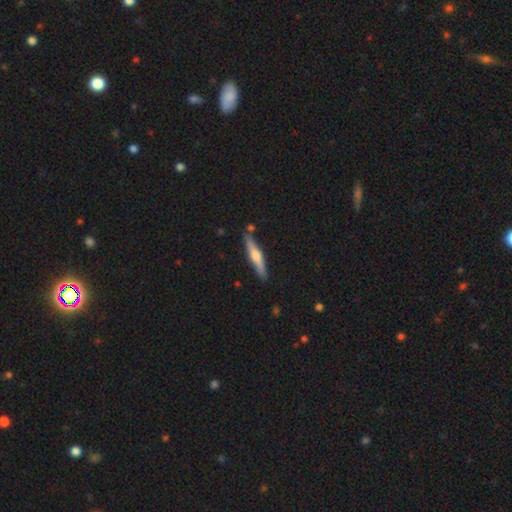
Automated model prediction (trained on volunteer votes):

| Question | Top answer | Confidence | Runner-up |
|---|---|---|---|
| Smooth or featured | featured or disk | 59% | smooth (35%) |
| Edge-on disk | yes | 96% | no (4%) |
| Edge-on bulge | rounded | 92% | none (4%) |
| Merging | none | 85% | minor disturbance (10%) |